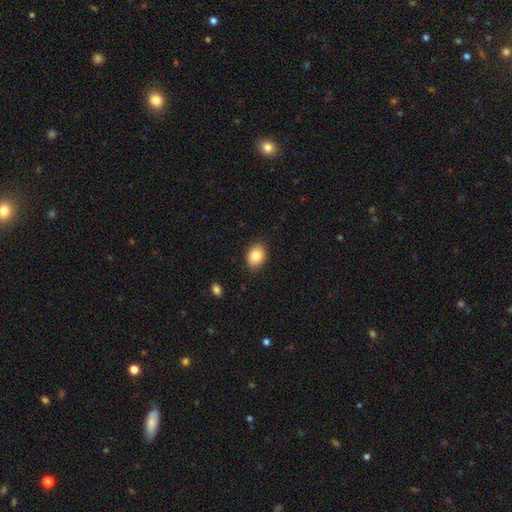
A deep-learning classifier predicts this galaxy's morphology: type=smooth (84%); roundness=in between (63%); merging=none (87%).